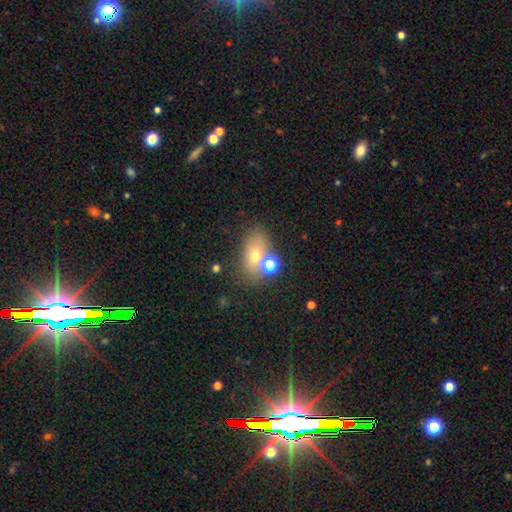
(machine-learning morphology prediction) A smooth galaxy with no disk features (64%) that is in between round and cigar-shaped (72%). Merging: none (58%).